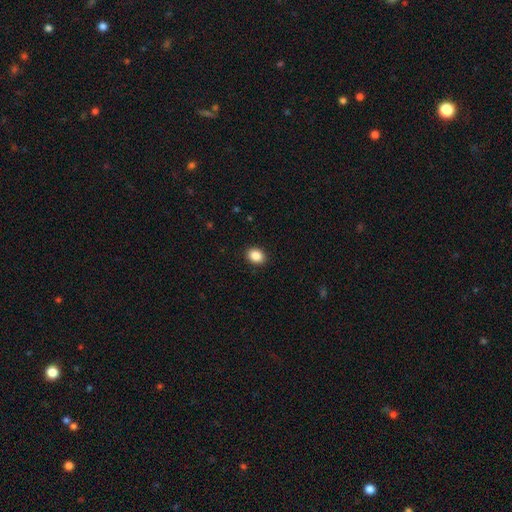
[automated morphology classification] smooth-or-featured: smooth: 88% | star or artifact: 9% | featured or disk: 4%
  how-rounded: in between: 61% | round: 38% | cigar-shaped: 1%
  merging: none: 91% | minor disturbance: 6% | major disturbance: 2% | merger: 1%